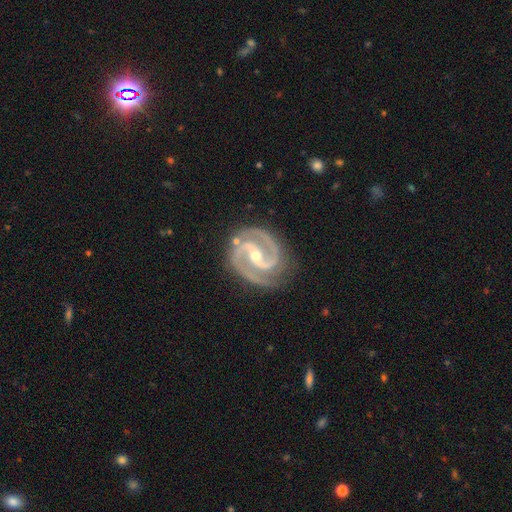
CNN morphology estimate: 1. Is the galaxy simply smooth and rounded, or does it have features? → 94% featured or disk, 4% star or artifact, 2% smooth.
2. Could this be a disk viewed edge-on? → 98% no, 2% yes.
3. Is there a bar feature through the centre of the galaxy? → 51% strong, 31% weak, 17% no.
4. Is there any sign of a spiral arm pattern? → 99% yes, 1% no.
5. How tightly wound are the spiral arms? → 52% medium, 42% tight, 5% loose.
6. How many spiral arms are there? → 92% 2, 4% 3, 1% can't tell, 1% 1, 1% 4, 1% more than 4.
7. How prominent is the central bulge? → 52% small, 45% moderate, 1% large, 1% none, 1% dominant.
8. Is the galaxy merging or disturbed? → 83% none, 13% minor disturbance, 3% major disturbance, 2% merger.